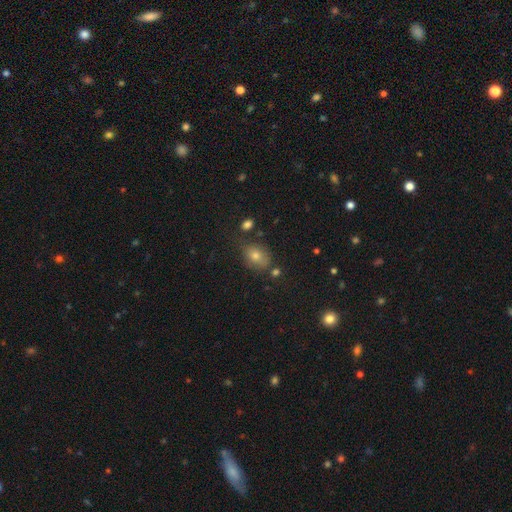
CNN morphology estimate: This appears to be a smooth galaxy with no disk features (69%) that is in between round and cigar-shaped (63%). Merging: none (71%).